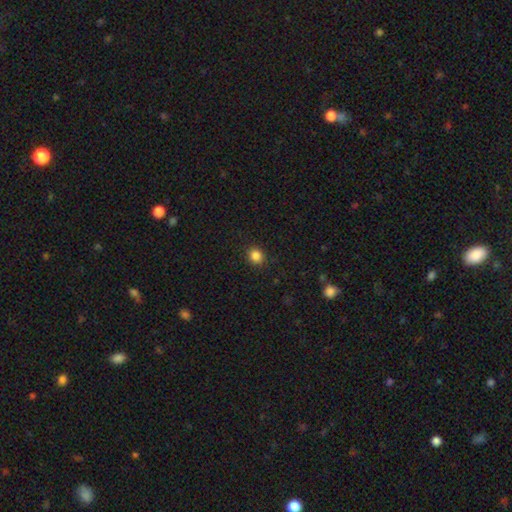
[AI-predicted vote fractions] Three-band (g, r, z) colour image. It shows a smooth galaxy with no disk features (85%) that is round (83%). Merging: none (91%).